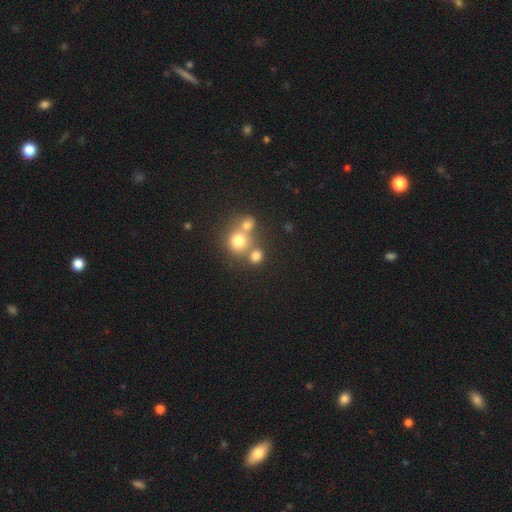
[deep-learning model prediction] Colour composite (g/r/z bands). It shows a smooth galaxy with no disk features (73%) that is round (77%). Merging: none (53%).